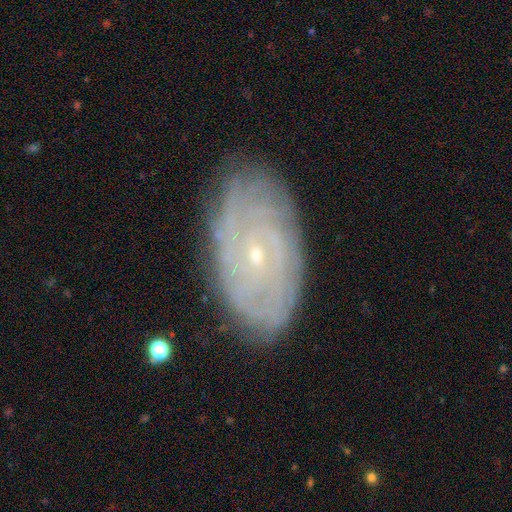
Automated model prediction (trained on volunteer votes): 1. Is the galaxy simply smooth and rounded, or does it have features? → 80% featured or disk, 12% smooth, 7% star or artifact.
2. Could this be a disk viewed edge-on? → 94% no, 6% yes.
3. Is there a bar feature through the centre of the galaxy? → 74% no, 21% weak, 5% strong.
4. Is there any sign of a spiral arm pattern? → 92% yes, 8% no.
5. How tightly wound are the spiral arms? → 82% tight, 15% medium, 4% loose.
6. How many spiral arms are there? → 46% can't tell, 13% 2, 13% 4, 12% more than 4, 10% 3, 6% 1.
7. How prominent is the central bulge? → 84% small, 13% moderate, 1% none, 1% large, 1% dominant.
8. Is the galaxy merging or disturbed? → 82% none, 14% minor disturbance, 3% major disturbance, 1% merger.